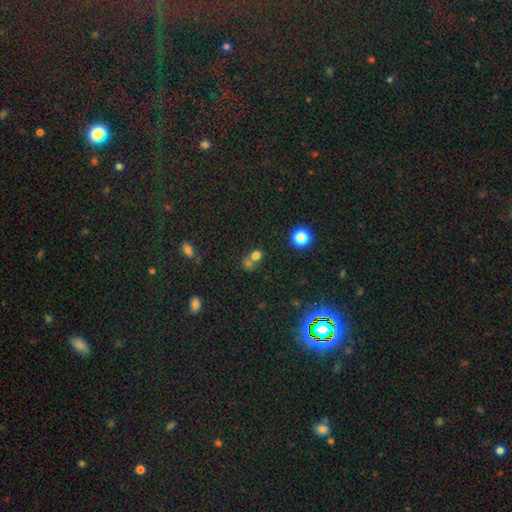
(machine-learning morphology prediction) Q: Smooth or featured?
A: smooth (70%); runner-up: star or artifact (20%)
Q: How rounded?
A: round (73%); runner-up: in between (26%)
Q: Merging?
A: merger (48%); runner-up: none (40%)